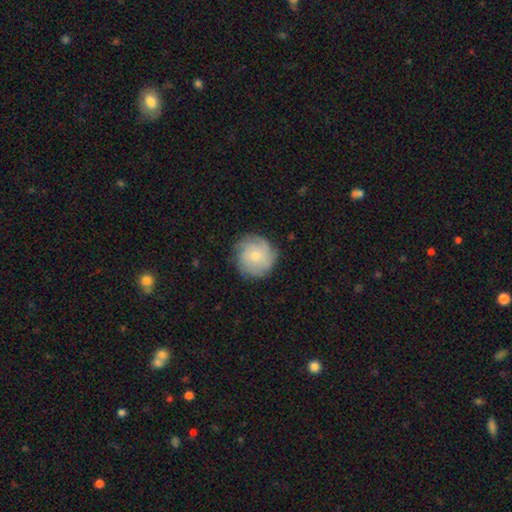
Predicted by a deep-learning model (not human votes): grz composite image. It shows a featured or disk galaxy (46%, tied with smooth). Merging: none (80%).